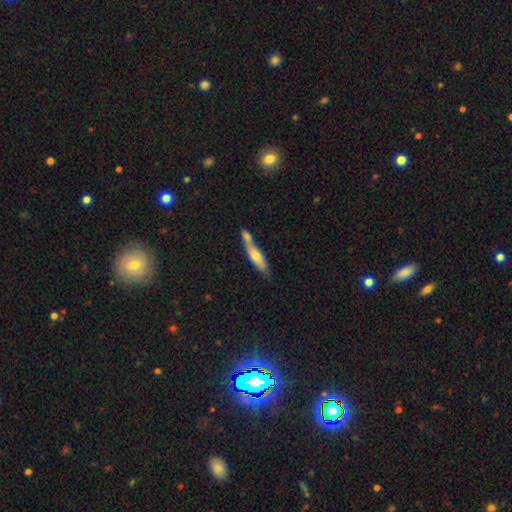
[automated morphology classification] A smooth galaxy with no disk features (59%) that is cigar-shaped (74%).

Vote fractions:
- Smooth or featured? smooth: 59% / featured or disk: 35% / star or artifact: 6%
- How rounded? cigar-shaped: 74% / in between: 24% / round: 2%
- Merging? merger: 44% / none: 37% / minor disturbance: 14% / major disturbance: 5%